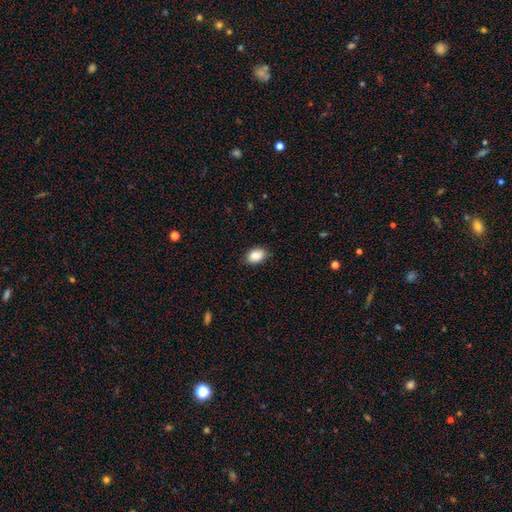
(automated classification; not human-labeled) This is clearly a smooth galaxy (87%). How rounded: clearly in between (82%). Merging: clearly none (84%).